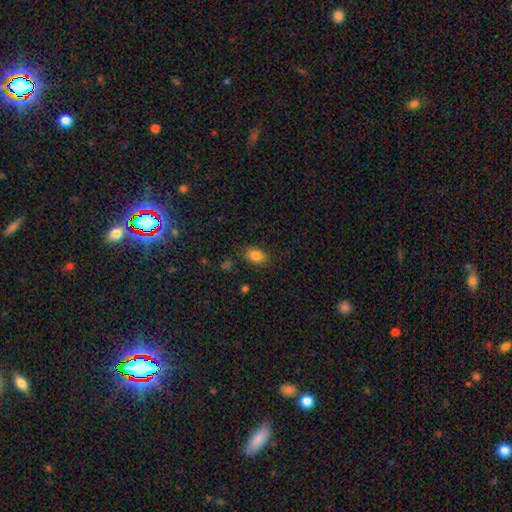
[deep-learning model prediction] Overall: smooth (84%). How rounded: in between (83%). Merging: none (82%).